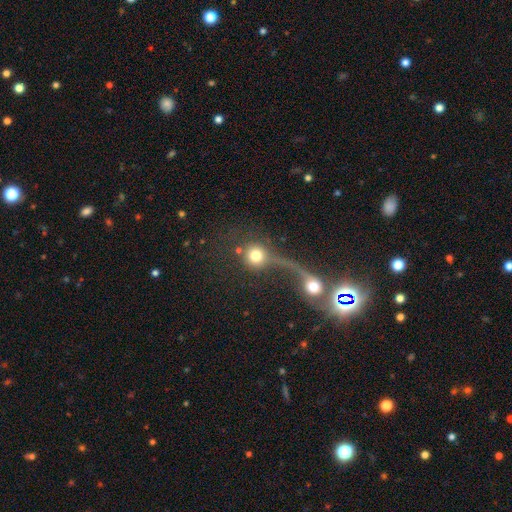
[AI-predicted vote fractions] Smooth or featured?
  - smooth: 71% *
  - featured or disk: 18%
  - star or artifact: 11%
How rounded?
  - round: 91% *
  - in between: 8%
  - cigar-shaped: 2%
Merging?
  - merger: 40% *
  - none: 30%
  - major disturbance: 21%
  - minor disturbance: 9%